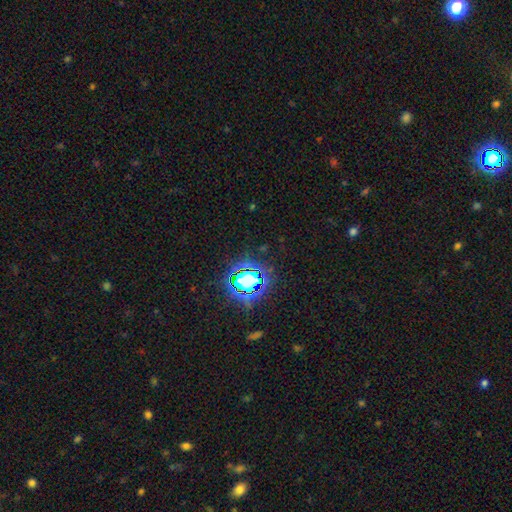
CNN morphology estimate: smooth-or-featured: star or artifact: 81% | smooth: 12% | featured or disk: 7%